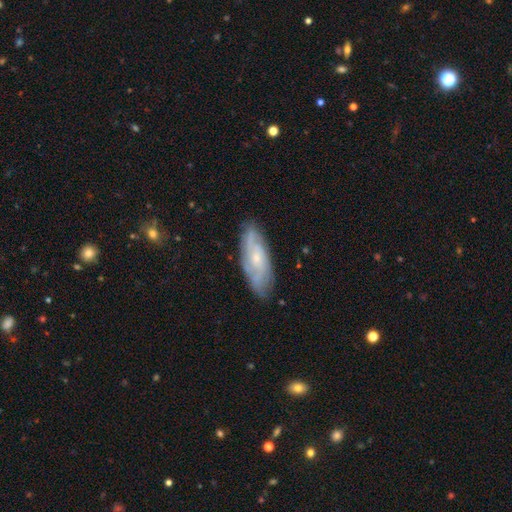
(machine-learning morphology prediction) Smooth or featured: featured or disk — 54% (smooth — 35%)
Edge-on disk: no — 73% (yes — 27%)
Merging: none — 83% (minor disturbance — 13%)